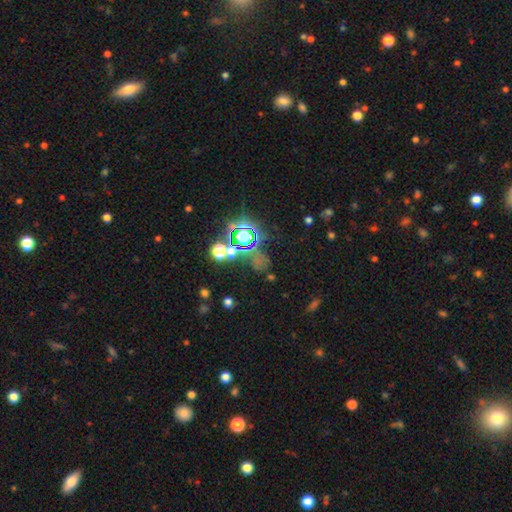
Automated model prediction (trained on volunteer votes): Smooth or featured? Predicted: star or artifact (p=0.76).